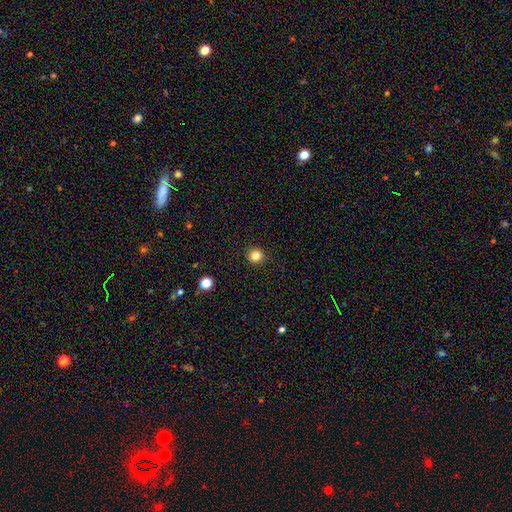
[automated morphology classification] Smooth or featured: smooth — 83% (star or artifact — 12%)
How rounded: round — 91% (in between — 8%)
Merging: none — 92% (minor disturbance — 5%)